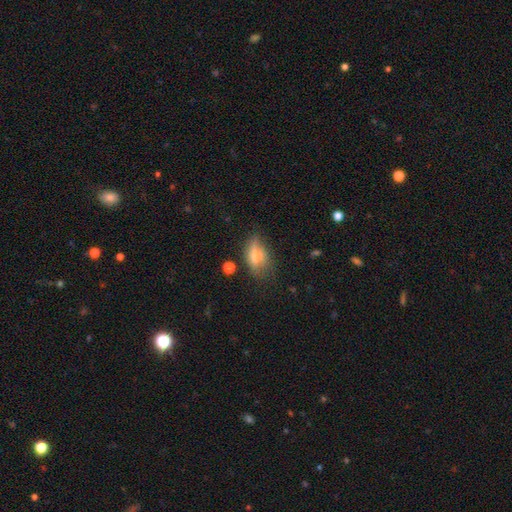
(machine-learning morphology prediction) A smooth galaxy with no disk features (62%) that is in between round and cigar-shaped (84%).

Vote fractions:
- Smooth or featured? smooth: 62% / featured or disk: 27% / star or artifact: 11%
- How rounded? in between: 84% / round: 10% / cigar-shaped: 7%
- Merging? none: 47% / minor disturbance: 31% / major disturbance: 17% / merger: 4%